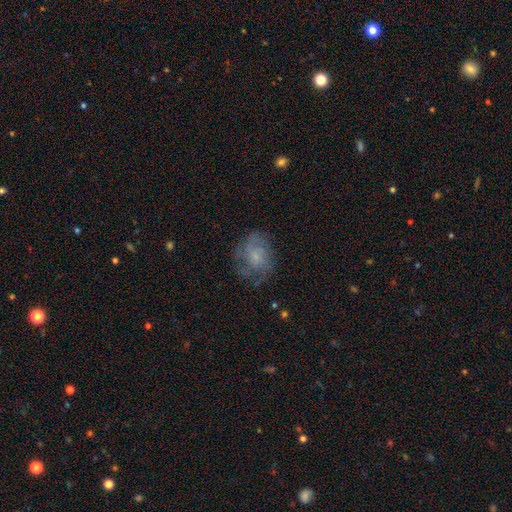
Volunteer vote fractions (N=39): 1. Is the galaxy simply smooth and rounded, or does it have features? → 64% featured or disk, 31% smooth, 5% star or artifact.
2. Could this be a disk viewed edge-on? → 100% no, 0% yes.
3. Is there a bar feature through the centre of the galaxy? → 76% no, 24% weak, 0% strong.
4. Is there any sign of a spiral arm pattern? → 80% yes, 20% no.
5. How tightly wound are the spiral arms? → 50% medium, 45% tight, 5% loose.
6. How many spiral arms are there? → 40% can't tell, 25% 3, 20% 4, 15% more than 4, 0% 1, 0% 2.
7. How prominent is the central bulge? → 76% small, 12% moderate, 12% none, 0% dominant, 0% large.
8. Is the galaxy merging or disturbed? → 73% none, 11% minor disturbance, 11% major disturbance, 5% merger.